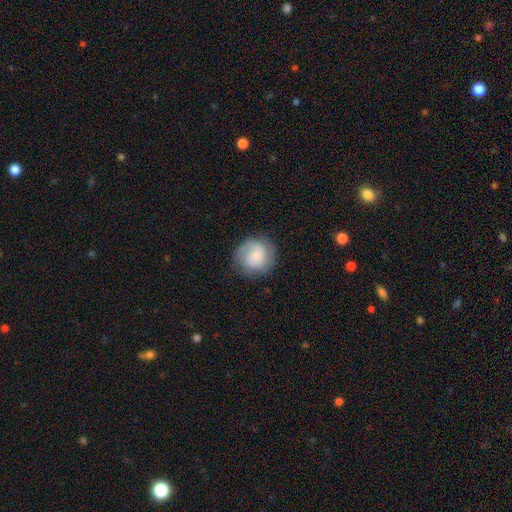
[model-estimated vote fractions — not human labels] Smooth or featured? Predicted: smooth (p=0.70). How rounded? Predicted: round (p=0.89). Merging? Predicted: none (p=0.77).